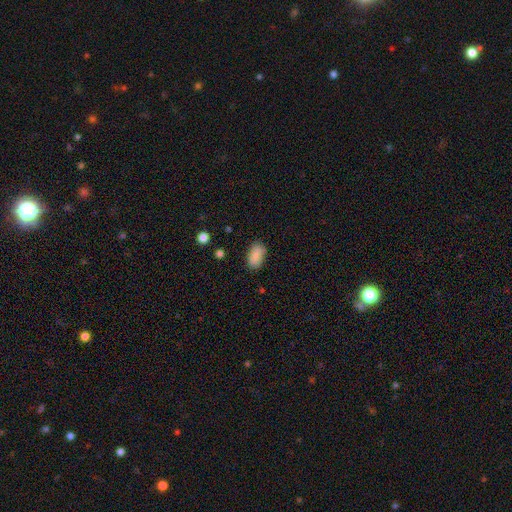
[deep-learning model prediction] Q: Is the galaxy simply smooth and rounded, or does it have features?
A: smooth — 87%.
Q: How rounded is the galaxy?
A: in between — 92%.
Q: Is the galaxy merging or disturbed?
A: none — 81%.